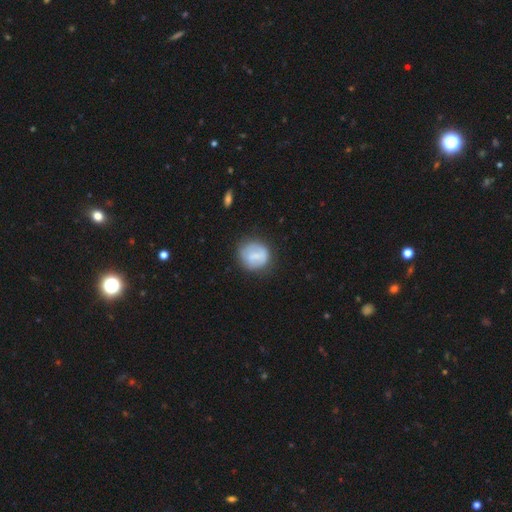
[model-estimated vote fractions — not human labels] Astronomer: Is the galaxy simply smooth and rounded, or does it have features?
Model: smooth — 64%.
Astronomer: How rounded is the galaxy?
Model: round — 81%.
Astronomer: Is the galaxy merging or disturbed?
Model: none — 70%.